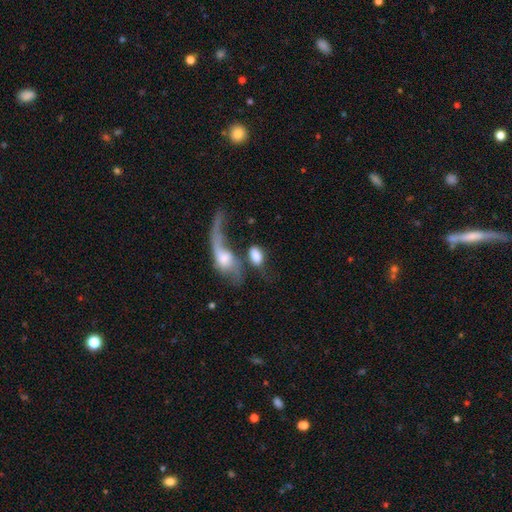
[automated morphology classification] Smooth or featured? Predicted: smooth (p=0.68). How rounded? Predicted: in between (p=0.85). Merging? Predicted: merger (p=0.45).